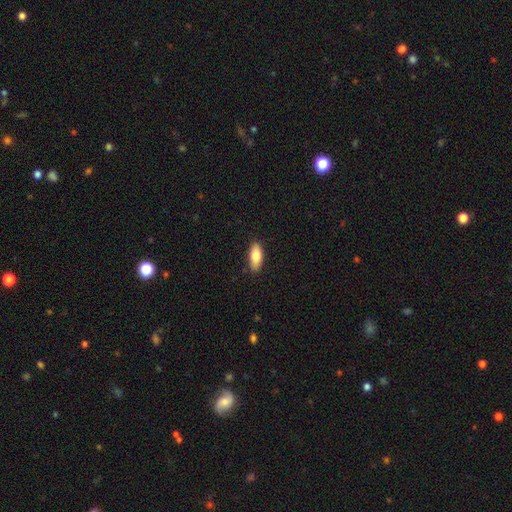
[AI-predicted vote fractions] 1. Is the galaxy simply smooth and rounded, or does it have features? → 80% smooth, 13% featured or disk, 6% star or artifact.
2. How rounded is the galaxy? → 80% in between, 18% cigar-shaped, 2% round.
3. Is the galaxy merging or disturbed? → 87% none, 10% minor disturbance, 2% major disturbance, 1% merger.